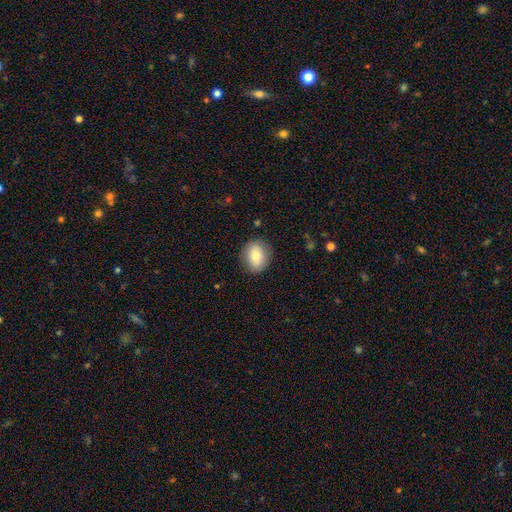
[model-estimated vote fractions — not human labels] smooth_or_featured: smooth (p=0.77) [alt: featured or disk p=0.15]
how_rounded: round (p=0.50) [alt: in between p=0.49]
merging: none (p=0.85) [alt: minor disturbance p=0.11]